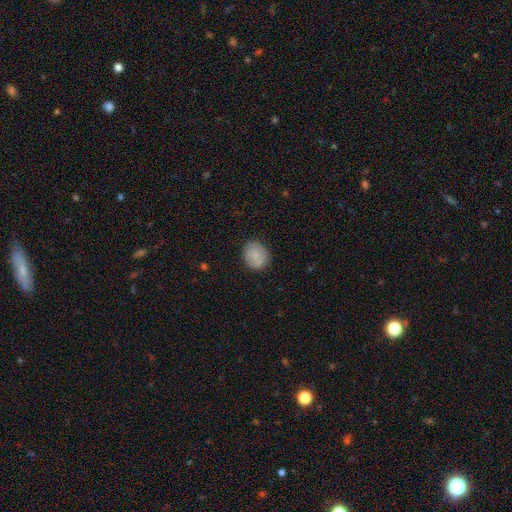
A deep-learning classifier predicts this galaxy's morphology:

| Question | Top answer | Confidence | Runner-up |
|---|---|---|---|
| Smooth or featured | smooth | 81% | featured or disk (11%) |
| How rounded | round | 68% | in between (31%) |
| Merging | none | 77% | minor disturbance (15%) |